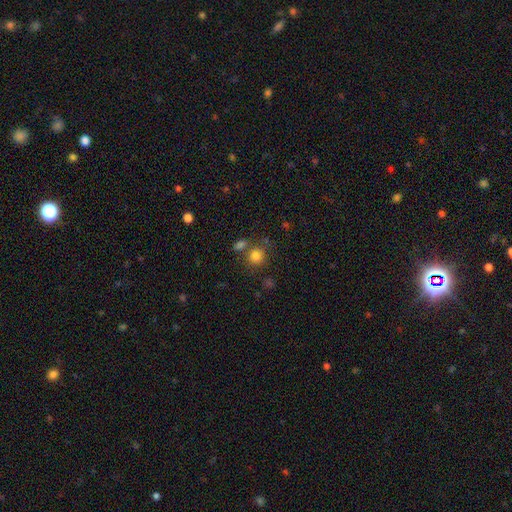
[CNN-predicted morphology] Overall: smooth (82%). How rounded: round (84%). Merging: none (67%).